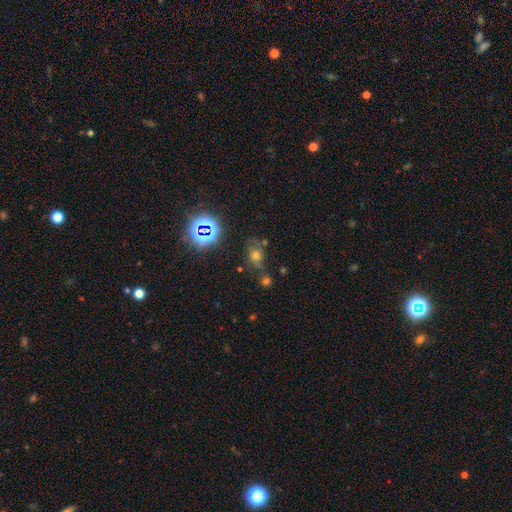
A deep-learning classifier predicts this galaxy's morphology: This appears to be a smooth galaxy with no disk features (46%). Merging: none (55%).